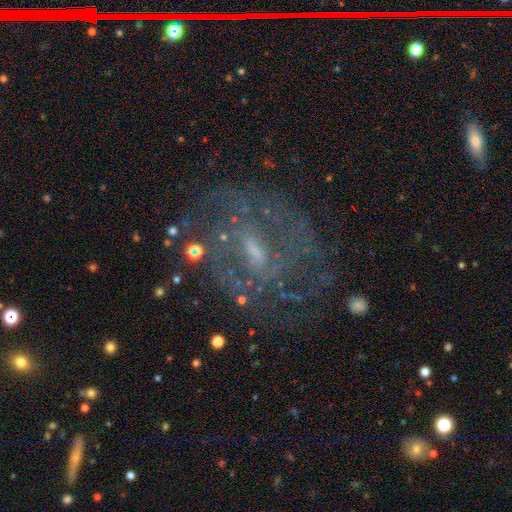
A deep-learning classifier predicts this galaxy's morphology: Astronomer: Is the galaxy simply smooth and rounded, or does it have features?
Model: featured or disk — 77%.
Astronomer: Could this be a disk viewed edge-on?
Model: no — 96%.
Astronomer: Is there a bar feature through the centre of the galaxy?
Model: weak — 53% (runner-up: no, 28%).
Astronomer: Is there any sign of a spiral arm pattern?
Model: yes — 74%.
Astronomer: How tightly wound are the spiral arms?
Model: tight — 46% (runner-up: medium, 38%).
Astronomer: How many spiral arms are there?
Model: can't tell — 50%.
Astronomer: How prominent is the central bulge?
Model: small — 48% (runner-up: moderate, 34%).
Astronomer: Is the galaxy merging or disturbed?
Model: none — 67%.